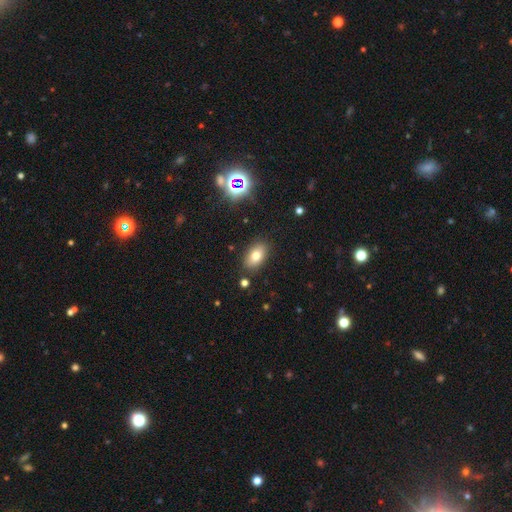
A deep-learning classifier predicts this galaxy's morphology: This appears to be a smooth galaxy with no disk features (75%) that is in between round and cigar-shaped (88%). Merging: none (86%).